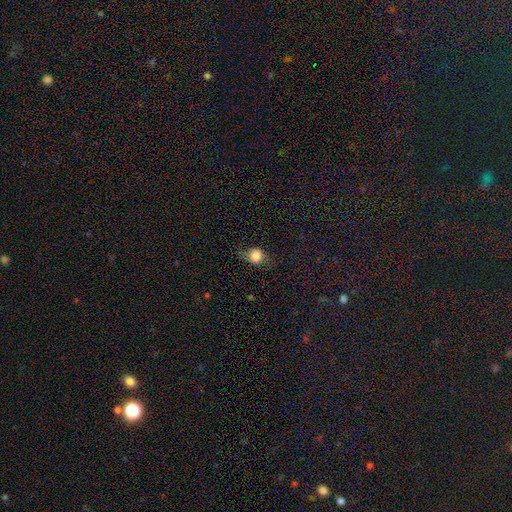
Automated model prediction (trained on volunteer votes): Overall: smooth (79%). How rounded: round (73%). Merging: none (57%; minor disturbance 28%).